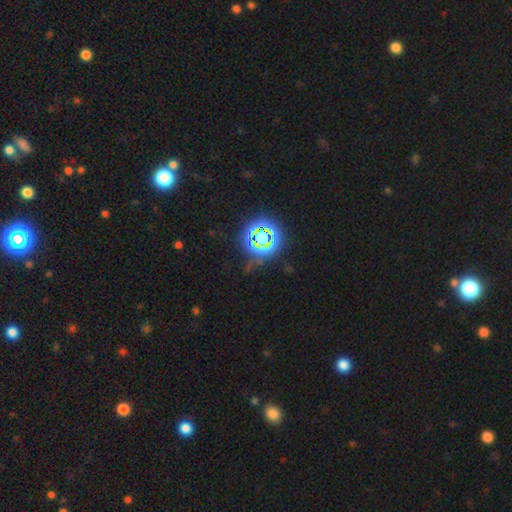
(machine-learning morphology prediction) Smooth or featured: star or artifact — 75% (smooth — 18%)